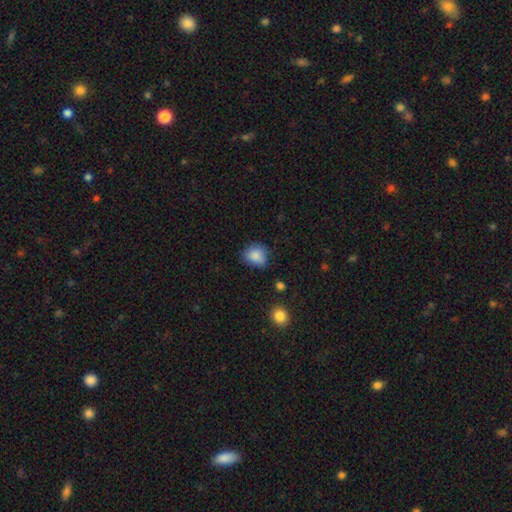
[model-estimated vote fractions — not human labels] Smooth or featured? Predicted: smooth (p=0.85). How rounded? Predicted: round (p=0.65). Merging? Predicted: none (p=0.66).